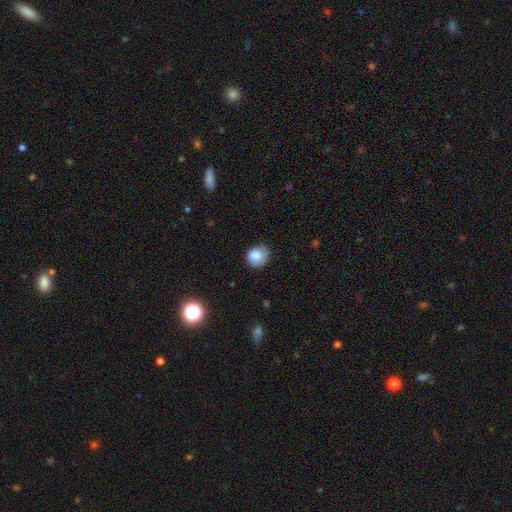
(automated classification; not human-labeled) Smooth or featured? Predicted: smooth (p=0.82). How rounded? Predicted: round (p=0.73). Merging? Predicted: none (p=0.61).